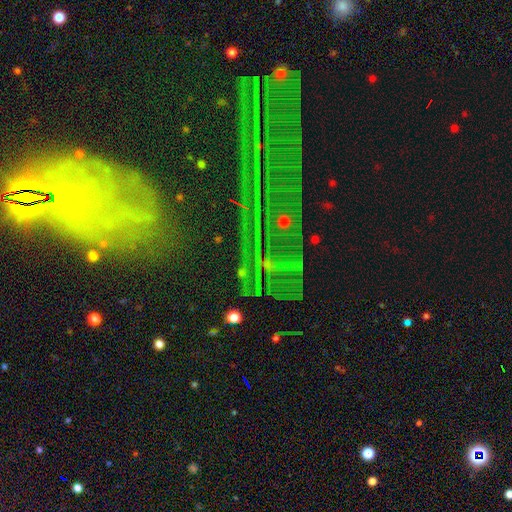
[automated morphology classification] Overall: star or artifact (57%; featured or disk 28%).